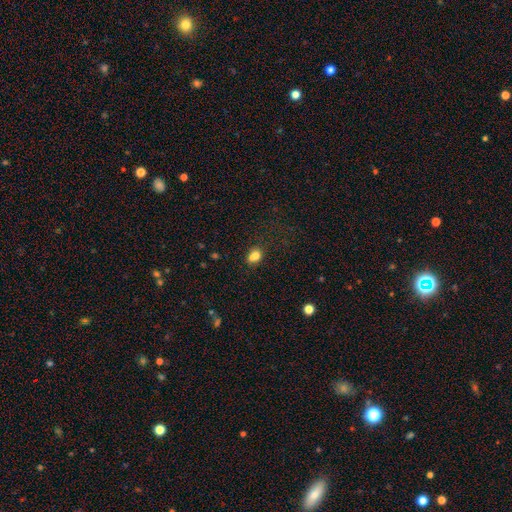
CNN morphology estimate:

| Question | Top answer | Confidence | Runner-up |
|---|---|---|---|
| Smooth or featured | smooth | 76% | star or artifact (13%) |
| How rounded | in between | 59% | round (39%) |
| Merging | none | 44% | merger (32%) |